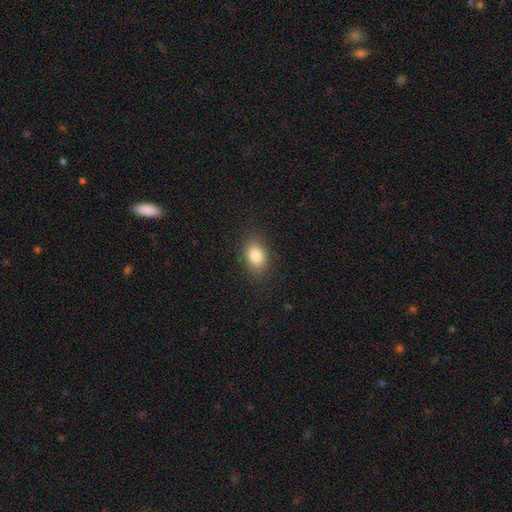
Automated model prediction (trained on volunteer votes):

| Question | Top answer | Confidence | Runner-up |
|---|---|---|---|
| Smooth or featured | smooth | 83% | star or artifact (9%) |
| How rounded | in between | 78% | round (20%) |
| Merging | none | 86% | minor disturbance (10%) |